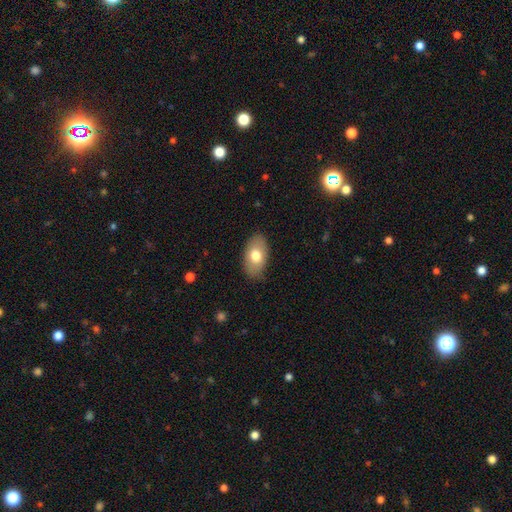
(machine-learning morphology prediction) smooth 72%, featured or disk 21%, star or artifact 7%. Down the decision tree: how rounded — in between (92%); merging — none (84%).